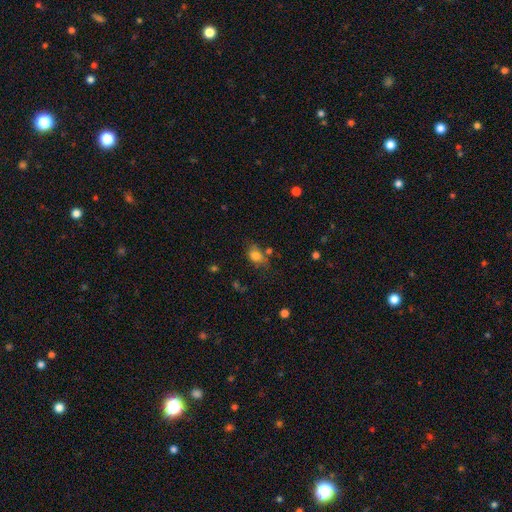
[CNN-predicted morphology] smooth_or_featured: smooth (p=0.78) [alt: star or artifact p=0.11]
how_rounded: in between (p=0.69) [alt: round p=0.29]
merging: none (p=0.56) [alt: minor disturbance p=0.24]